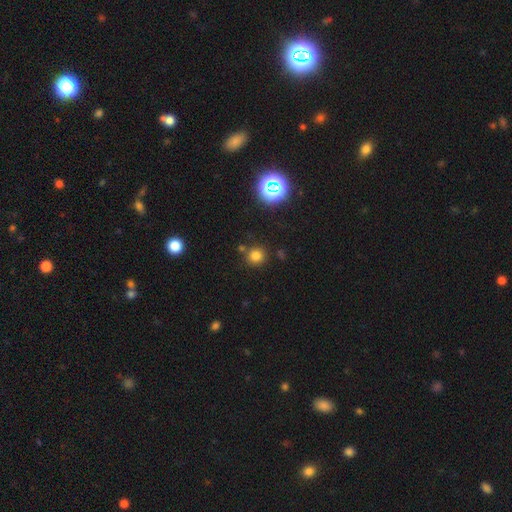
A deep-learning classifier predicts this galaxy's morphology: smooth 75%, star or artifact 19%, featured or disk 6%. Down the decision tree: how rounded — round (91%); merging — none (81%).